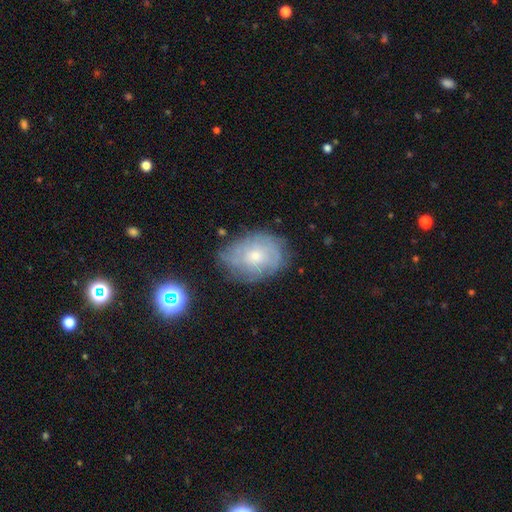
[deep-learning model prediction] Smooth or featured? Predicted: featured or disk (p=0.55). Edge-on disk? Predicted: no (p=0.96). Bar? Predicted: no (p=0.83). Spiral arms? Predicted: yes (p=0.73). Bulge size? Predicted: small (p=0.55). Merging? Predicted: none (p=0.66).